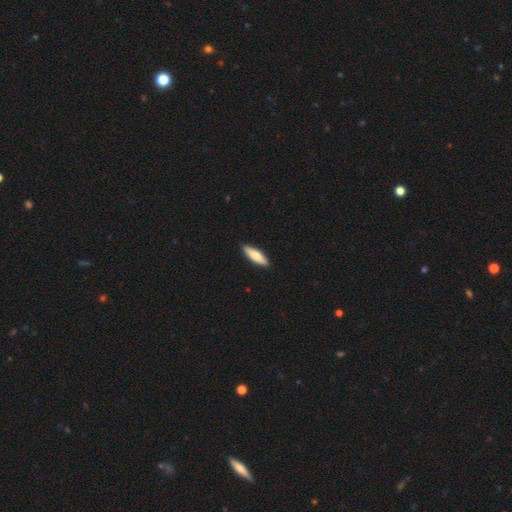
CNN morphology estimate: The model was most divided on "how rounded": cigar-shaped: 55%, in between: 43%, round: 2%. More confident: merging — none (90%); smooth or featured — smooth (74%).